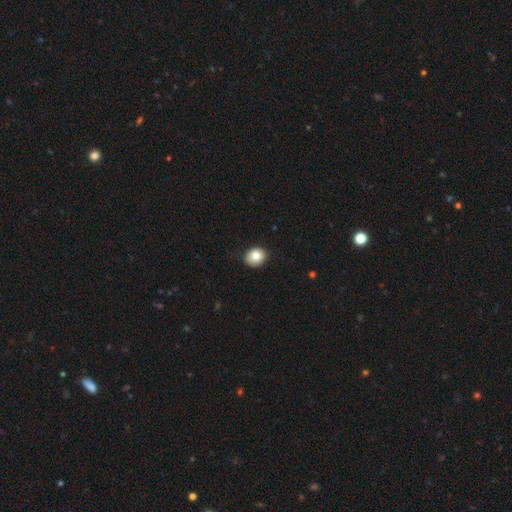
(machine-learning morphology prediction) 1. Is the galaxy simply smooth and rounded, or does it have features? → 81% smooth, 10% featured or disk, 9% star or artifact.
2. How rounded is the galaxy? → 66% round, 33% in between, 1% cigar-shaped.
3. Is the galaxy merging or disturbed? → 85% none, 12% minor disturbance, 2% major disturbance, 1% merger.